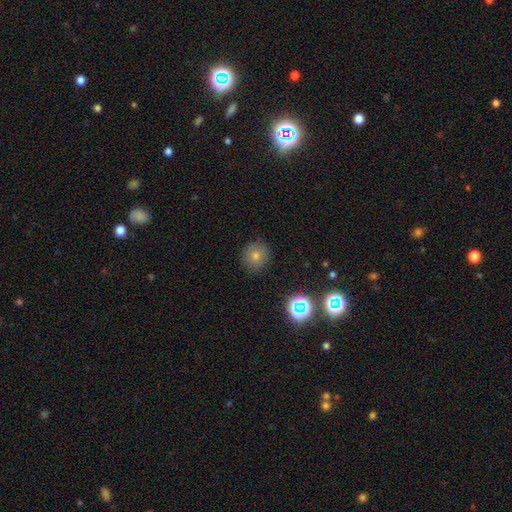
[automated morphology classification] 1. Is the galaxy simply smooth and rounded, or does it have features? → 65% smooth, 23% star or artifact, 13% featured or disk.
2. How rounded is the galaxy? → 93% round, 6% in between, 1% cigar-shaped.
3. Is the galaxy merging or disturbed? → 89% none, 7% minor disturbance, 2% major disturbance, 1% merger.